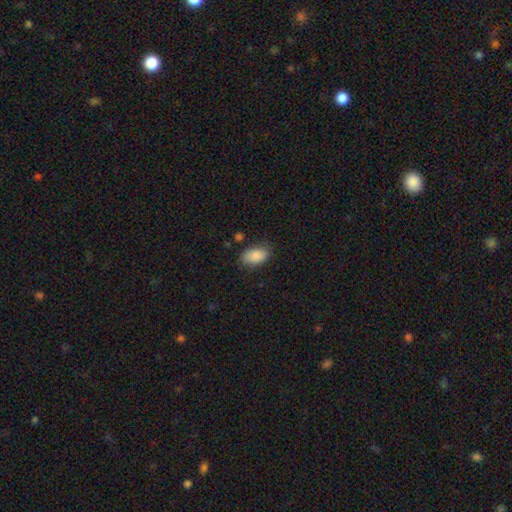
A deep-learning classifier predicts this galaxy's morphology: This is clearly a smooth galaxy (88%). How rounded: clearly in between (92%). Merging: likely none (75%).